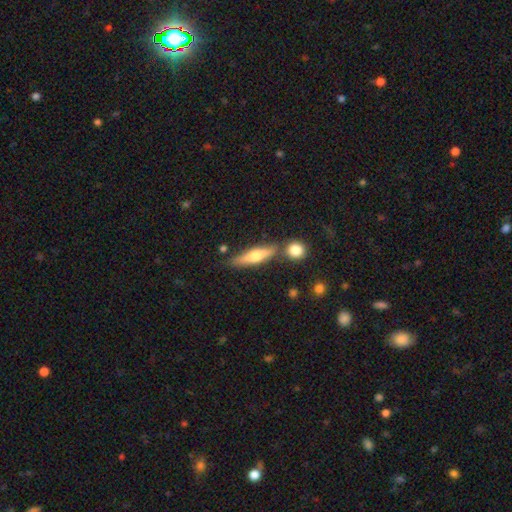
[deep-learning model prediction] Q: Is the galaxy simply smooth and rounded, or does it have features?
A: featured or disk — 48%.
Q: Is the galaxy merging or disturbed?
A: none — 71%.